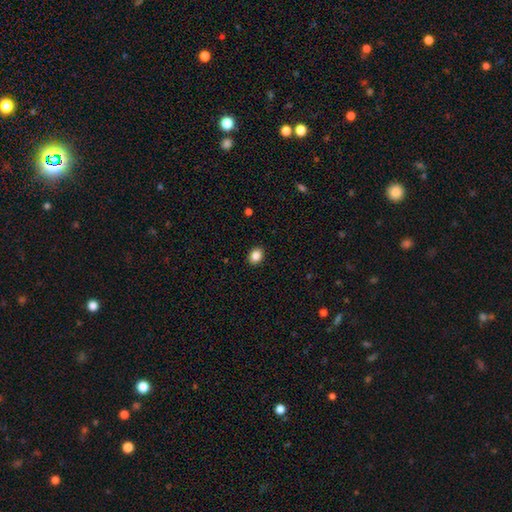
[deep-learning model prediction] Overall: smooth (86%). How rounded: round (50%; in between 49%). Merging: none (91%).